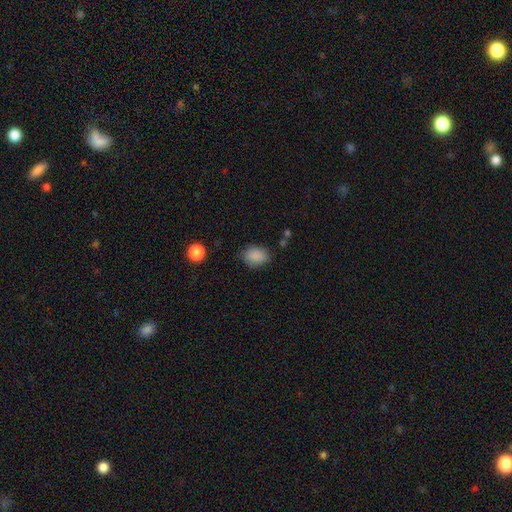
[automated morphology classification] The model was most divided on "how rounded": in between: 69%, round: 30%, cigar-shaped: 1%. More confident: smooth or featured — smooth (87%); merging — none (78%).